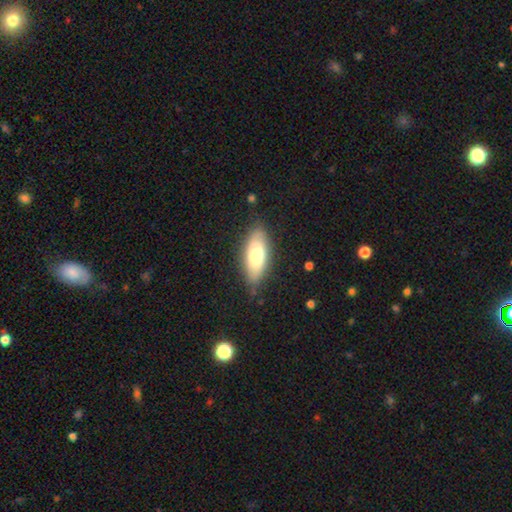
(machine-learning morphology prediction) Smooth or featured? smooth (70%)
How rounded? in between (79%)
Merging? none (80%)